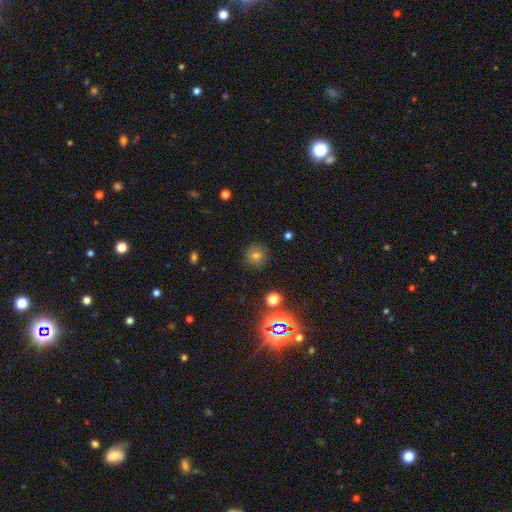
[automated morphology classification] A smooth galaxy with no disk features (70%) that is round (93%). Merging: none (88%).